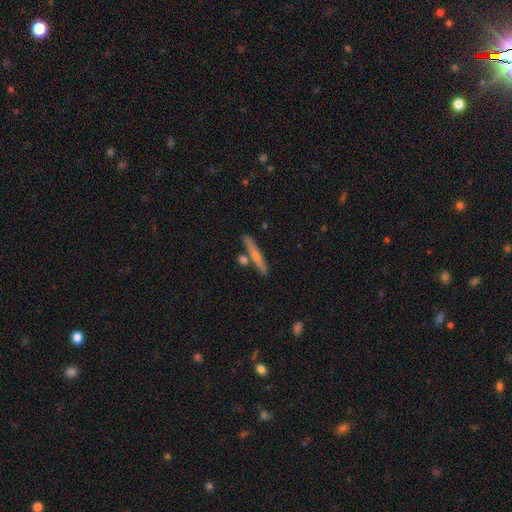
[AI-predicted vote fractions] Overall: smooth (53%; featured or disk 40%). How rounded: cigar-shaped (92%). Merging: none (77%).